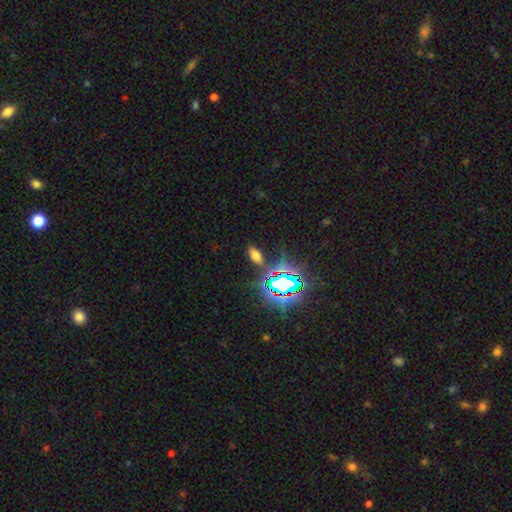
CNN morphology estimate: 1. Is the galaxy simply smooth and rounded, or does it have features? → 58% smooth, 33% star or artifact, 9% featured or disk.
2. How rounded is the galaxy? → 87% in between, 7% cigar-shaped, 6% round.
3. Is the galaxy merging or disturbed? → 84% none, 10% minor disturbance, 4% major disturbance, 3% merger.